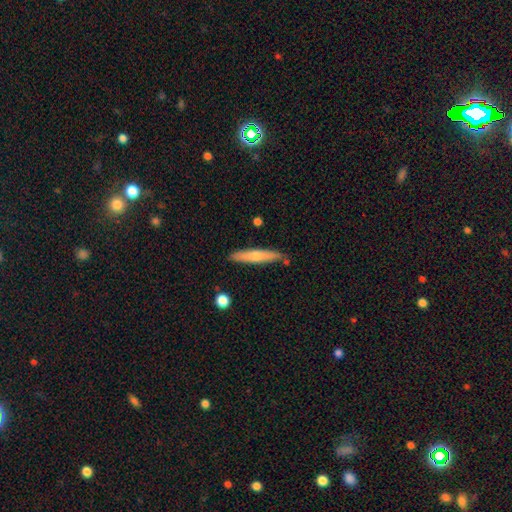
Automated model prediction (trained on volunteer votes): Overall: smooth (54%; featured or disk 40%). How rounded: cigar-shaped (91%). Merging: none (85%).